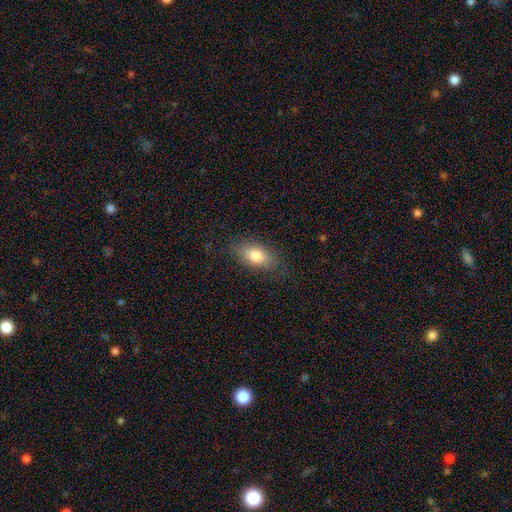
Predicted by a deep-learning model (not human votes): Overall: smooth (79%). How rounded: in between (87%). Merging: none (81%).